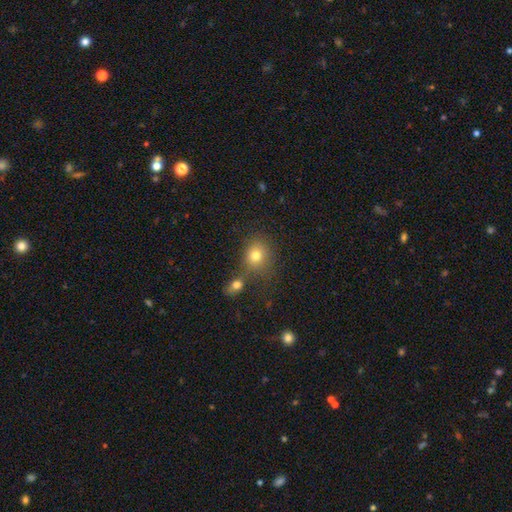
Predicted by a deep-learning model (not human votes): A smooth galaxy with no disk features (76%) that is round (72%).

Vote fractions:
- Smooth or featured? smooth: 76% / star or artifact: 14% / featured or disk: 10%
- How rounded? round: 72% / in between: 27% / cigar-shaped: 1%
- Merging? none: 59% / merger: 24% / minor disturbance: 11% / major disturbance: 5%